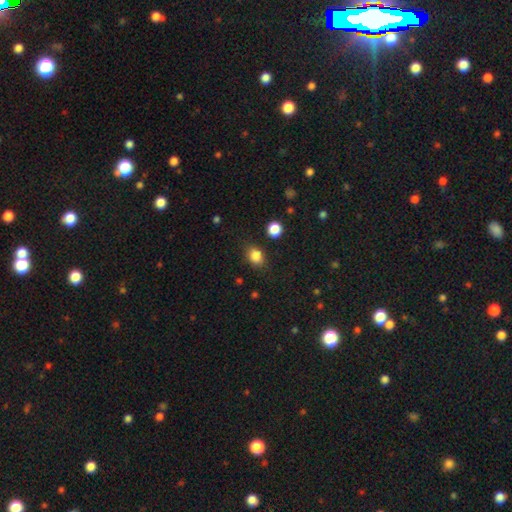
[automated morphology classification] This appears to be a smooth galaxy with no disk features (84%) that is in between round and cigar-shaped (58%). Merging: none (80%).